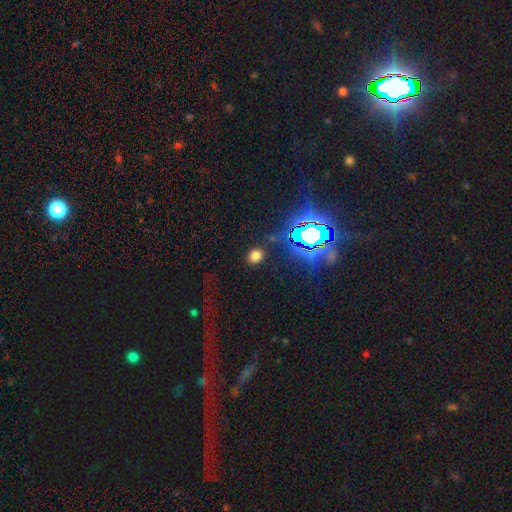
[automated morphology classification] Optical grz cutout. It shows a smooth galaxy with no disk features (67%) that is round (56%). Merging: none (85%).